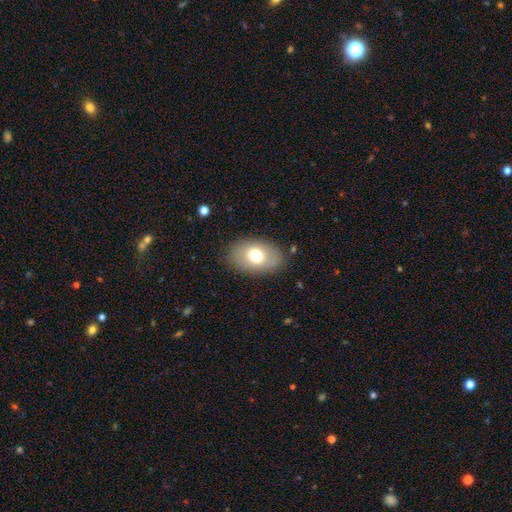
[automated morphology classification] Smooth or featured: smooth — 67% (featured or disk — 26%)
How rounded: in between — 86% (round — 13%)
Merging: none — 83% (minor disturbance — 12%)